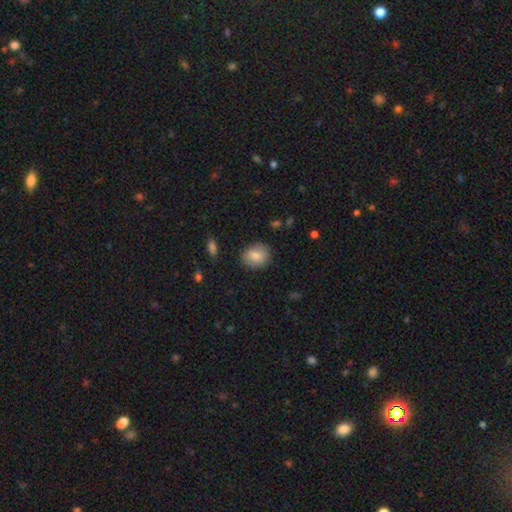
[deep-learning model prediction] Morphology: type=smooth (82%); roundness=round (65%); merging=none (85%).